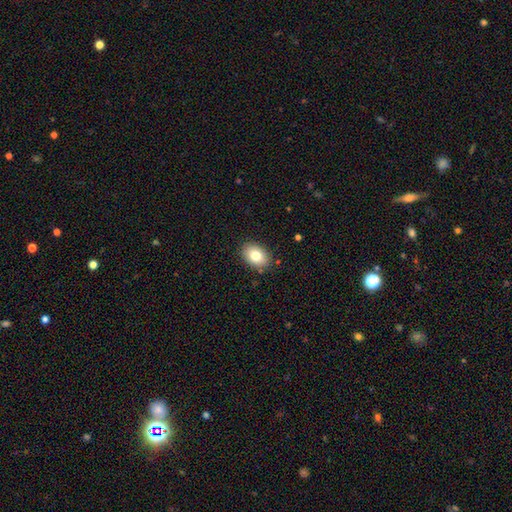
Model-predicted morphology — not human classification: smooth-or-featured: smooth: 81% | featured or disk: 11% | star or artifact: 8%
  how-rounded: in between: 79% | round: 20% | cigar-shaped: 1%
  merging: none: 87% | minor disturbance: 10% | major disturbance: 2% | merger: 1%